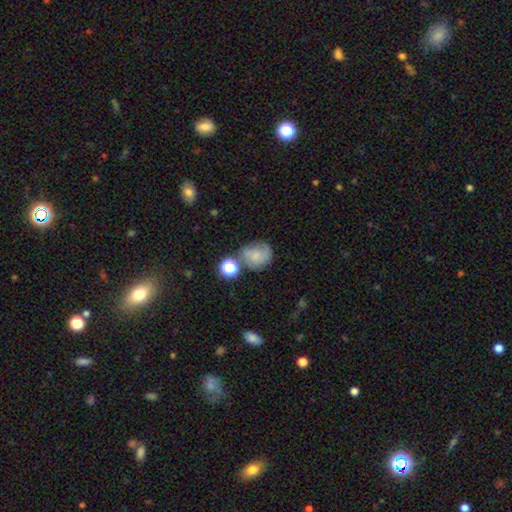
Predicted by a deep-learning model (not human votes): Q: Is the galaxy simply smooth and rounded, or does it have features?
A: smooth — 62%.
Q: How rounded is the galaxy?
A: round — 72%.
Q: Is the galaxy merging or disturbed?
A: none — 51%.